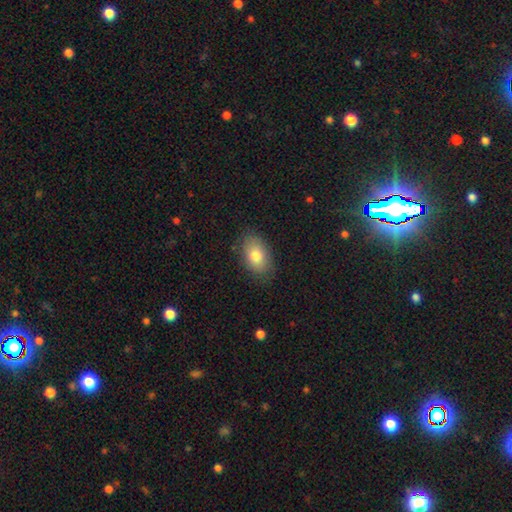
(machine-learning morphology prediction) smooth_or_featured: smooth (p=0.77) [alt: featured or disk p=0.15]
how_rounded: in between (p=0.88) [alt: round p=0.10]
merging: none (p=0.82) [alt: minor disturbance p=0.14]